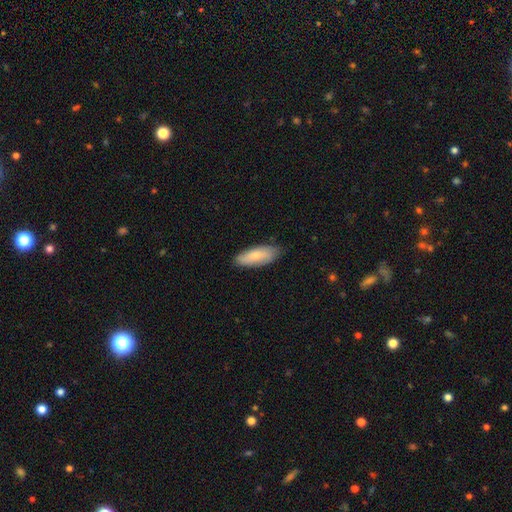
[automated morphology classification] A smooth galaxy with no disk features (70%) that is in between round and cigar-shaped (75%). Merging: none (79%).